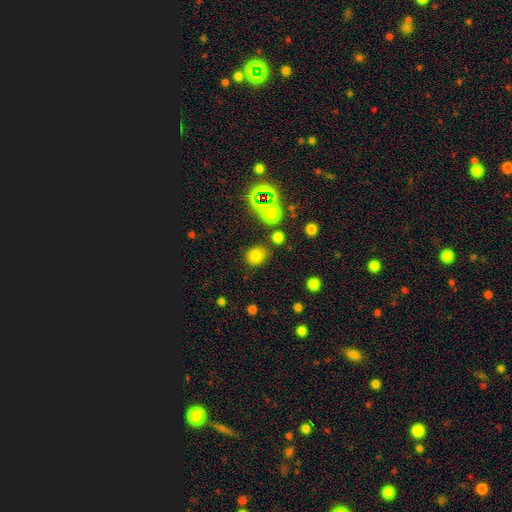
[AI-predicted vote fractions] A smooth galaxy with no disk features (73%) that is round (69%). Merging: none (76%).